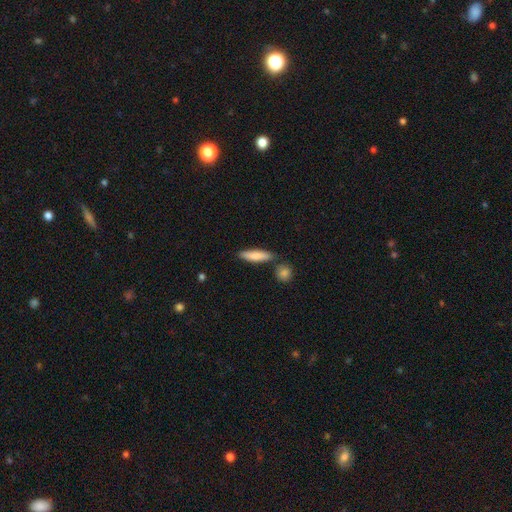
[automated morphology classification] smooth_or_featured: smooth (p=0.80) [alt: featured or disk p=0.14]
how_rounded: cigar-shaped (p=0.71) [alt: in between p=0.27]
merging: none (p=0.77) [alt: minor disturbance p=0.11]